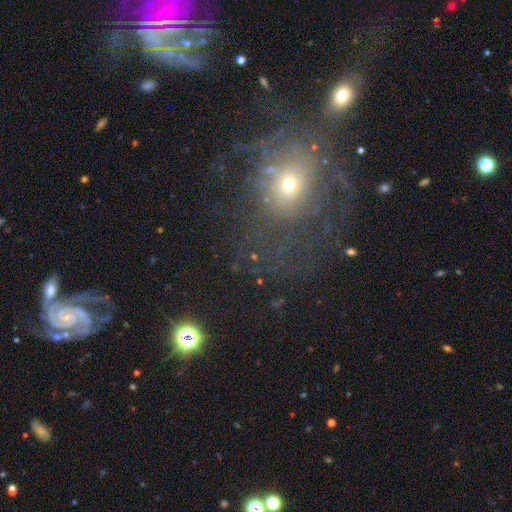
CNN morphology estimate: Smooth or featured? Predicted: smooth (p=0.34, tied with star or artifact). Merging? Predicted: none (p=0.60).